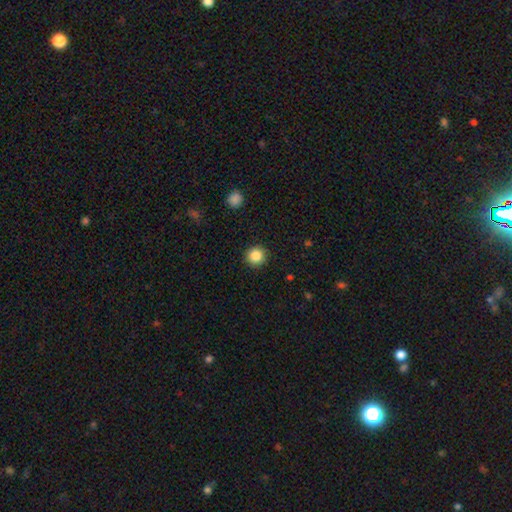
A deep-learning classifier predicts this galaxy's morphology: type=smooth (85%); roundness=round (94%); merging=none (92%).